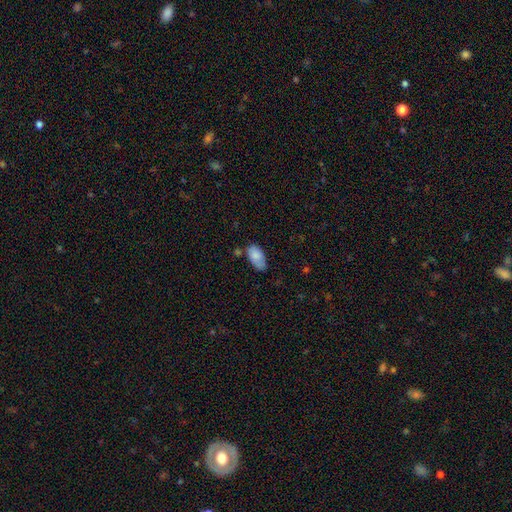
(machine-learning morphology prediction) Smooth or featured?
  - smooth: 80% *
  - featured or disk: 13%
  - star or artifact: 7%
How rounded?
  - in between: 94% *
  - round: 3%
  - cigar-shaped: 2%
Merging?
  - none: 53% *
  - minor disturbance: 33%
  - major disturbance: 7%
  - merger: 7%